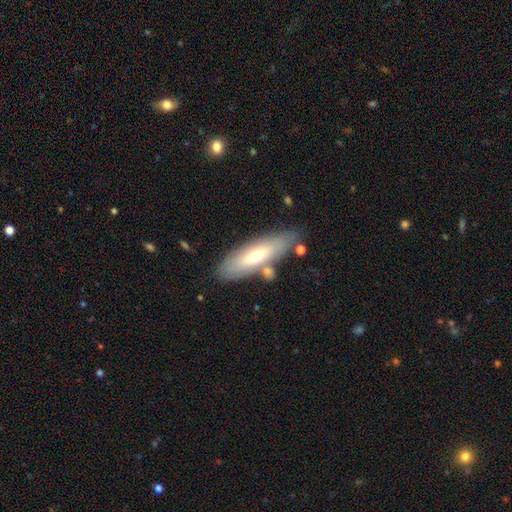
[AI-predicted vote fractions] This appears to be a smooth galaxy with no disk features (54%) that is cigar-shaped (51%). Merging: none (77%).